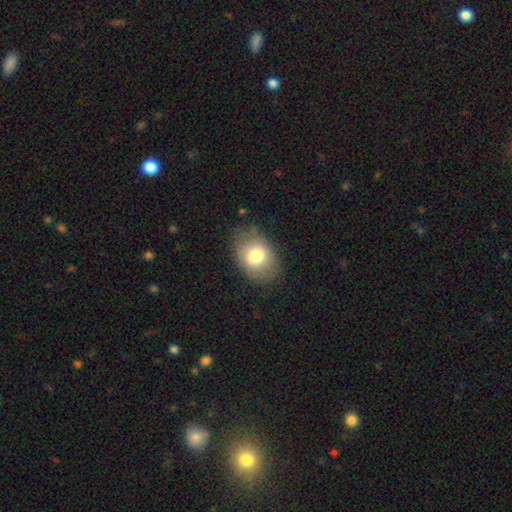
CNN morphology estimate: This is likely a smooth galaxy (78%). How rounded: likely in between (73%). Merging: likely none (77%).